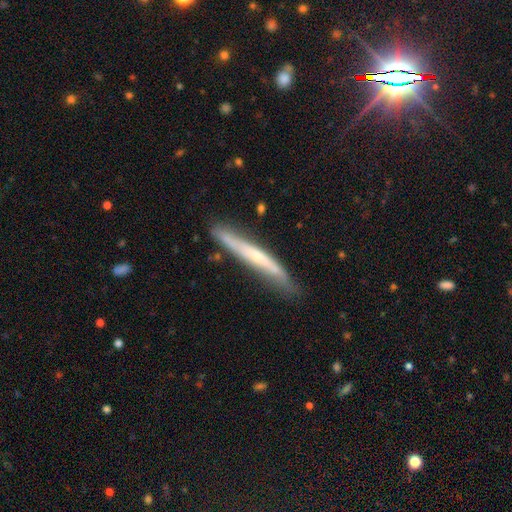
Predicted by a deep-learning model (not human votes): smooth-or-featured: featured or disk: 55% | smooth: 40% | star or artifact: 6%
  disk-edge-on: yes: 86% | no: 14%
  merging: none: 74% | minor disturbance: 20% | major disturbance: 4% | merger: 2%